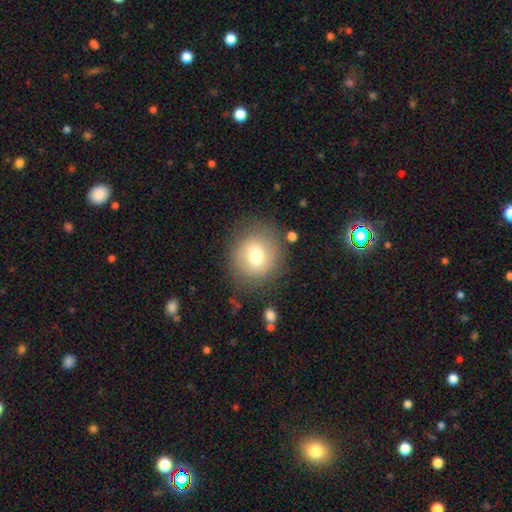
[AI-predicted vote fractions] smooth 71%, featured or disk 19%, star or artifact 11%. Down the decision tree: how rounded — round (83%); merging — none (80%).